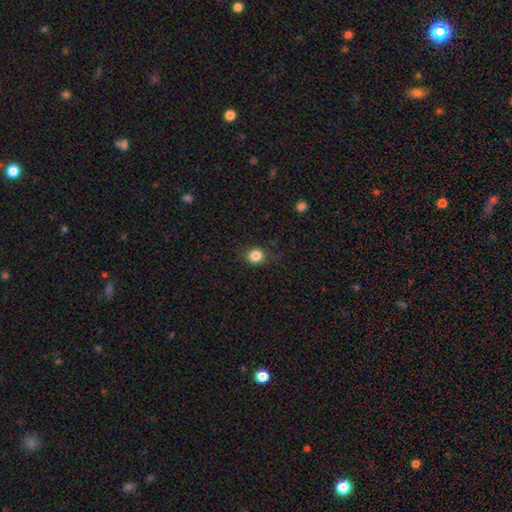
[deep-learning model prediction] Q: Smooth or featured?
A: smooth (84%); runner-up: star or artifact (11%)
Q: How rounded?
A: round (78%); runner-up: in between (21%)
Q: Merging?
A: none (82%); runner-up: minor disturbance (13%)